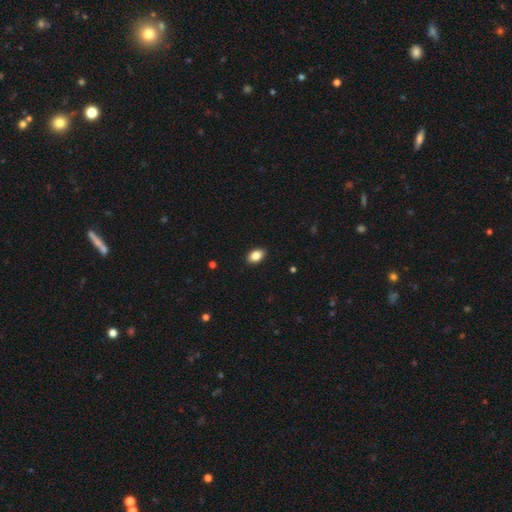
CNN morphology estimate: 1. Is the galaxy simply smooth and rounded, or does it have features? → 86% smooth, 8% star or artifact, 6% featured or disk.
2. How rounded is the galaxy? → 88% in between, 11% round, 2% cigar-shaped.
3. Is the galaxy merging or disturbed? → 89% none, 8% minor disturbance, 2% major disturbance, 1% merger.